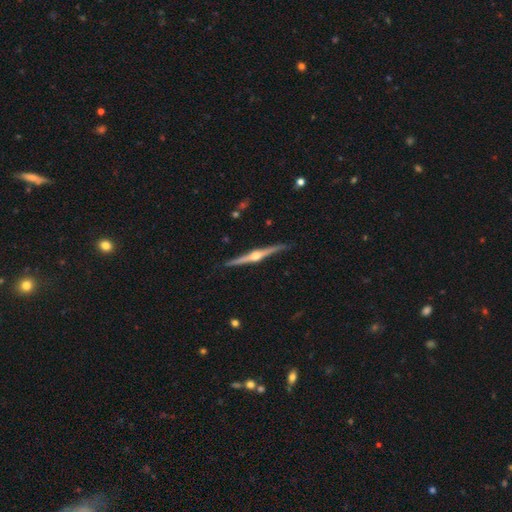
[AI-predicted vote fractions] This appears to be a featured or disk galaxy (86%) viewed edge-on (99%) with a rounded central bulge (95%). Merging: none (89%).